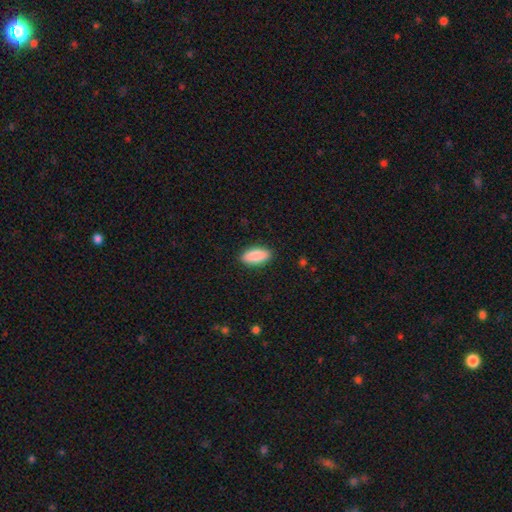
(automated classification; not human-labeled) Smooth or featured? smooth (89%)
How rounded? in between (88%)
Merging? none (89%)